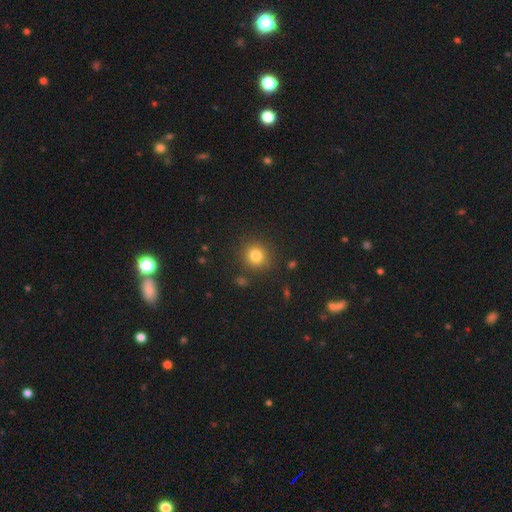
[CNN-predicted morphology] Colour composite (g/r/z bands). It shows a smooth galaxy with no disk features (81%) that is round (90%). Merging: none (87%).